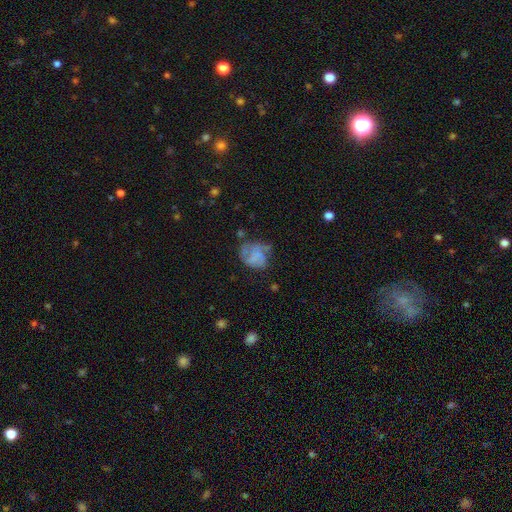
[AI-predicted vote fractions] Smooth or featured? smooth (48%)
Merging? none (39%)